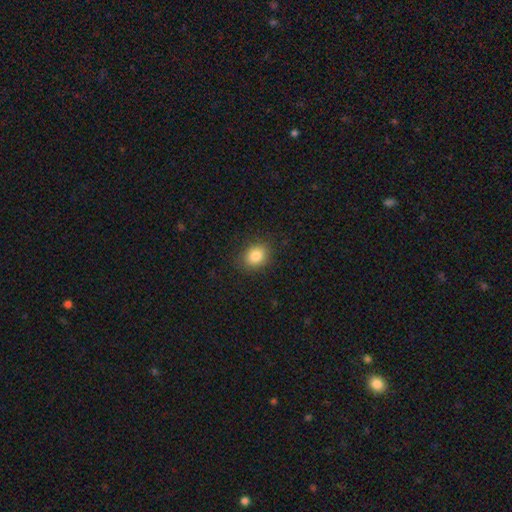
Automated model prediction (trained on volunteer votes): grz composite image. It shows a smooth galaxy with no disk features (85%) that is in between round and cigar-shaped (52%). Merging: none (87%).